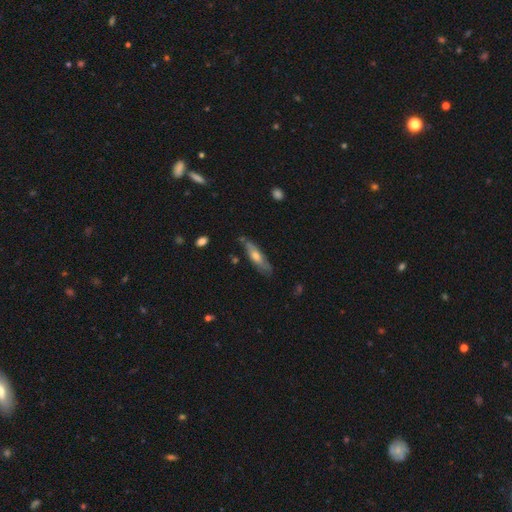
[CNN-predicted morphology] type=smooth (48%); merging=none (72%).